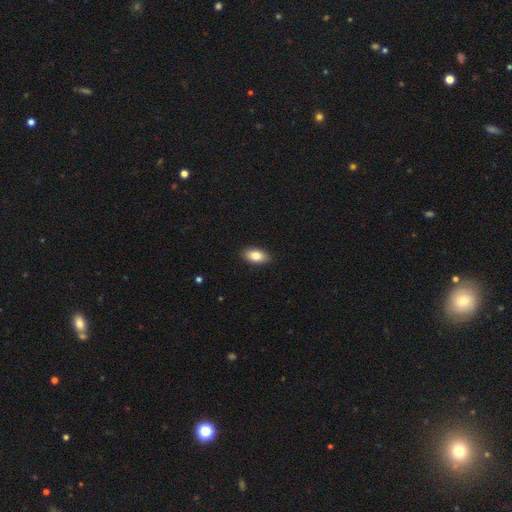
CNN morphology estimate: A smooth galaxy with no disk features (83%) that is in between round and cigar-shaped (92%).

Vote fractions:
- Smooth or featured? smooth: 83% / featured or disk: 10% / star or artifact: 7%
- How rounded? in between: 92% / round: 5% / cigar-shaped: 3%
- Merging? none: 88% / minor disturbance: 9% / major disturbance: 2% / merger: 1%